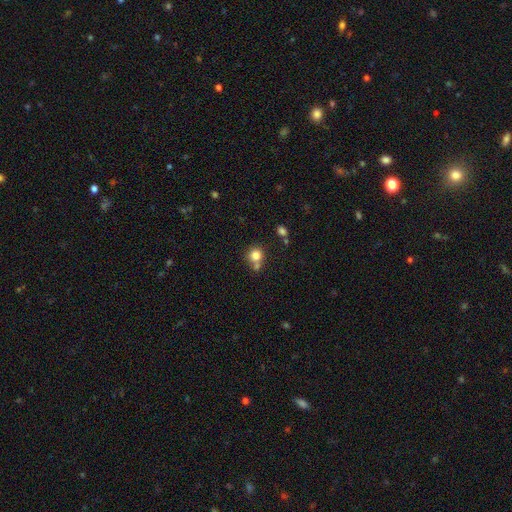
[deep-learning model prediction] A smooth galaxy with no disk features (80%) that is round (89%). Merging: none (58%).